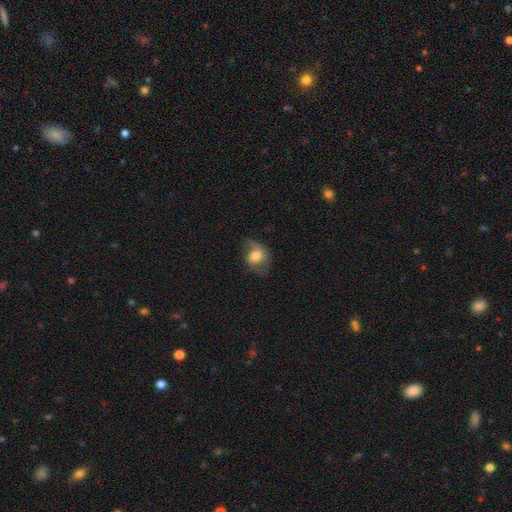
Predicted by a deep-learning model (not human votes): A smooth galaxy with no disk features (65%) that is in between round and cigar-shaped (54%). Merging: none (49%).